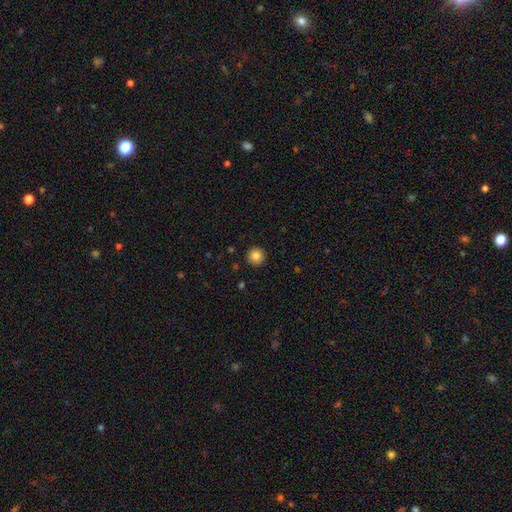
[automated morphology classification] Q: Smooth or featured?
A: smooth (84%); runner-up: star or artifact (10%)
Q: How rounded?
A: round (96%); runner-up: in between (3%)
Q: Merging?
A: none (92%); runner-up: minor disturbance (5%)